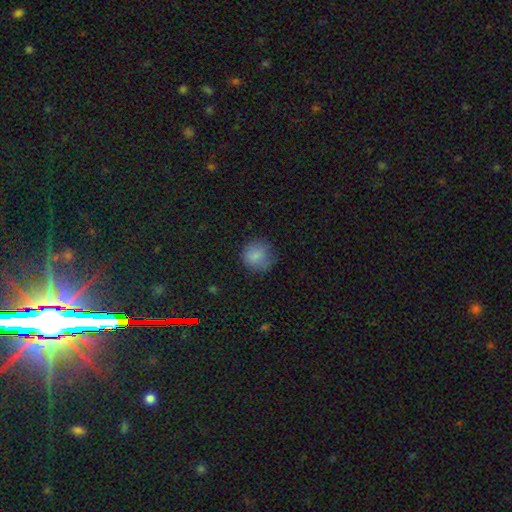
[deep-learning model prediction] This appears to be a smooth galaxy with no disk features (82%) that is round (89%). Merging: none (72%).